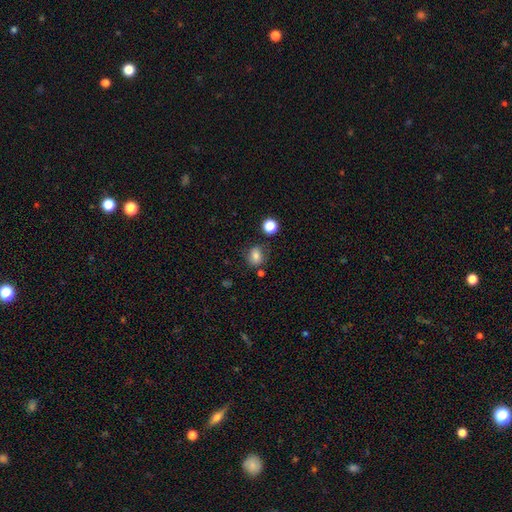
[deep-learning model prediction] A smooth galaxy with no disk features (77%) that is round (59%). Merging: none (71%).